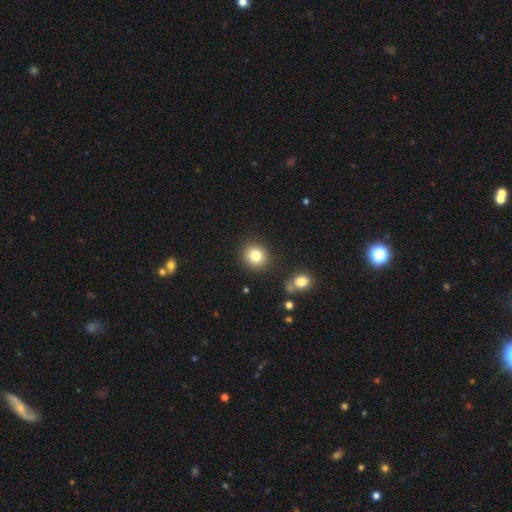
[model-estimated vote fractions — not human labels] Smooth or featured? smooth (81%)
How rounded? round (85%)
Merging? none (87%)